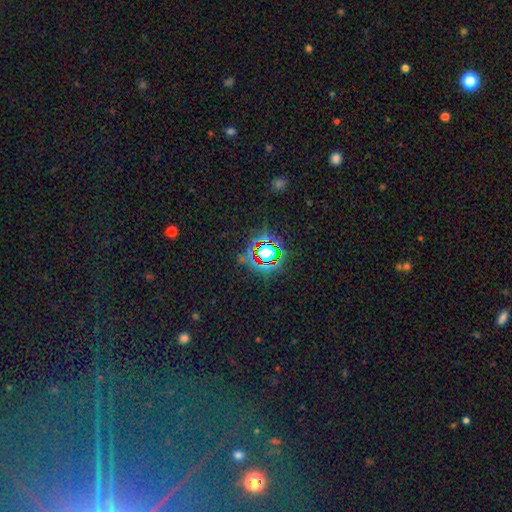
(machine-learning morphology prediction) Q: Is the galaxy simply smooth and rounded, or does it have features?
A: star or artifact — 76%.